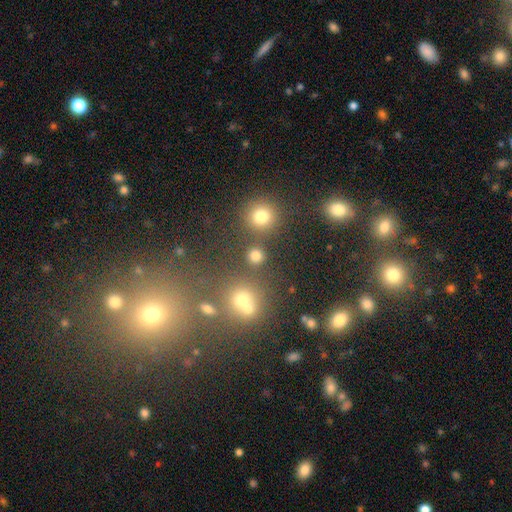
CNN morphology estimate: A smooth galaxy with no disk features (77%) that is round (91%).

Vote fractions:
- Smooth or featured? smooth: 77% / star or artifact: 18% / featured or disk: 5%
- How rounded? round: 91% / in between: 8% / cigar-shaped: 1%
- Merging? none: 81% / merger: 9% / minor disturbance: 6% / major disturbance: 3%